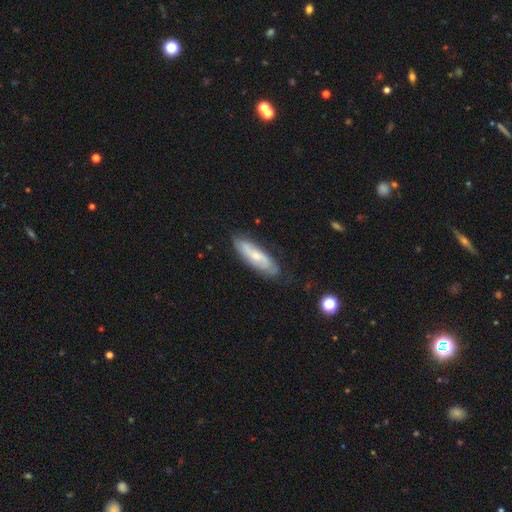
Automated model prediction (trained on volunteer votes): This appears to be a featured or disk galaxy (53%). Merging: none (75%).